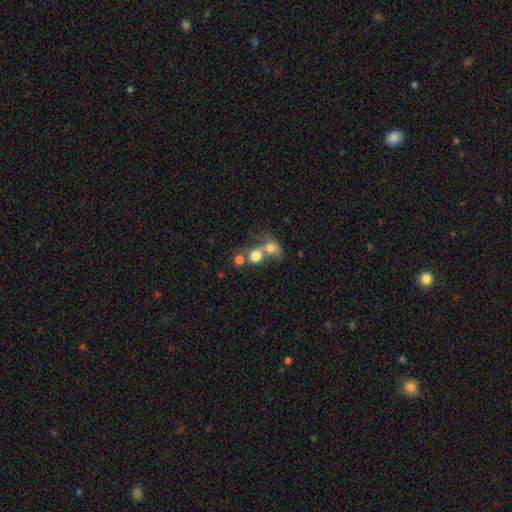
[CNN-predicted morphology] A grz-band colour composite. It shows a smooth galaxy with no disk features (74%) that is round (71%). Merging: merger (61%).